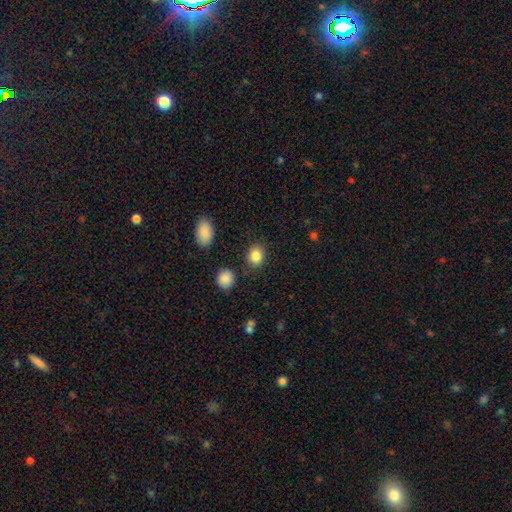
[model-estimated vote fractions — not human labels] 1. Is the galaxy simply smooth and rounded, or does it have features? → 86% smooth, 9% star or artifact, 5% featured or disk.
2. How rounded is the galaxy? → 59% round, 40% in between, 1% cigar-shaped.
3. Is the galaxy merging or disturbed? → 86% none, 8% minor disturbance, 3% merger, 3% major disturbance.